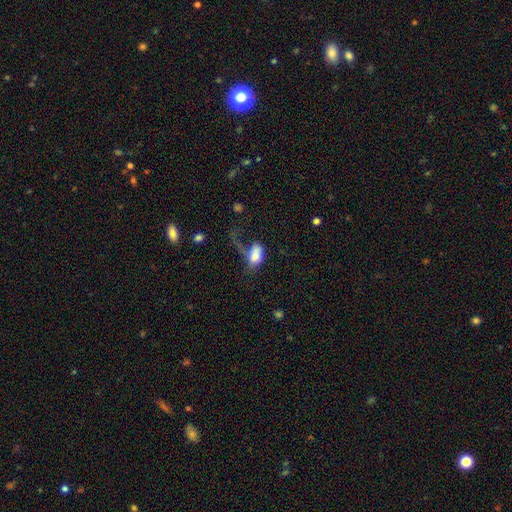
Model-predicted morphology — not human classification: Smooth or featured? Predicted: smooth (p=0.71). How rounded? Predicted: in between (p=0.90). Merging? Predicted: major disturbance (p=0.55).